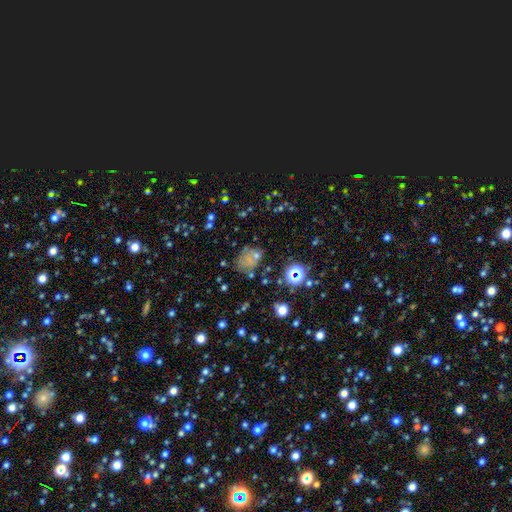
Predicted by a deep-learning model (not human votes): star or artifact 55%, smooth 32%, featured or disk 13%.